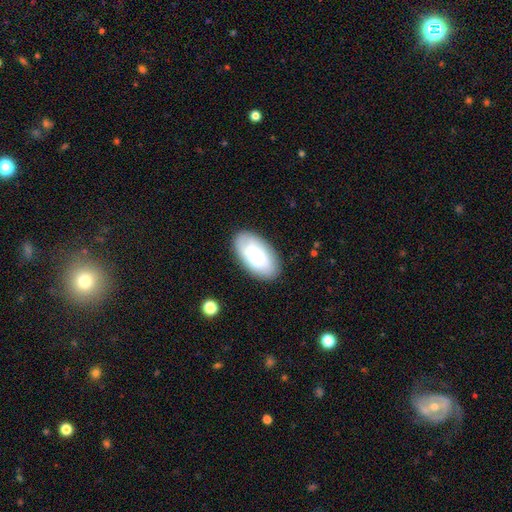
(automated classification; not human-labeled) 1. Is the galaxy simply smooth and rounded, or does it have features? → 73% smooth, 20% featured or disk, 7% star or artifact.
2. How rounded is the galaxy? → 95% in between, 3% round, 2% cigar-shaped.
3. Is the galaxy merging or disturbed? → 80% none, 14% minor disturbance, 4% major disturbance, 2% merger.